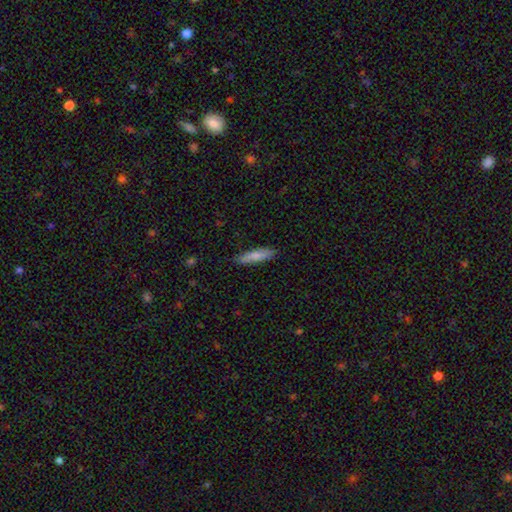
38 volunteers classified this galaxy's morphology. This is clearly a smooth galaxy (87%). How rounded: likely cigar-shaped (73%). Merging: clearly none (86%).